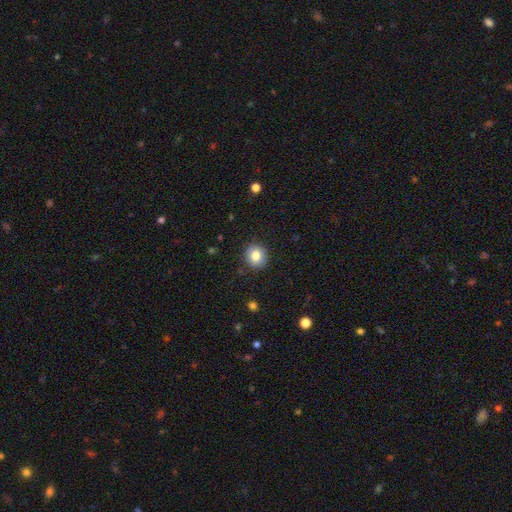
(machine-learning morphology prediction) A smooth galaxy with no disk features (81%) that is round (85%). Merging: none (90%).